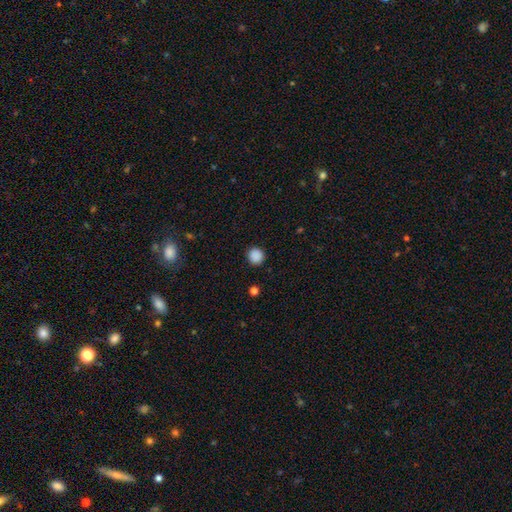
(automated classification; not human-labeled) Smooth or featured? smooth (88%)
How rounded? round (91%)
Merging? none (91%)